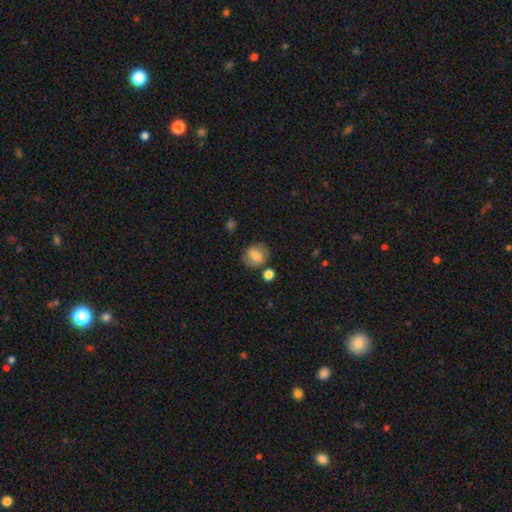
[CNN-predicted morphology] smooth-or-featured: smooth: 76% | featured or disk: 15% | star or artifact: 9%
  how-rounded: round: 68% | in between: 31% | cigar-shaped: 1%
  merging: none: 76% | minor disturbance: 13% | merger: 7% | major disturbance: 4%